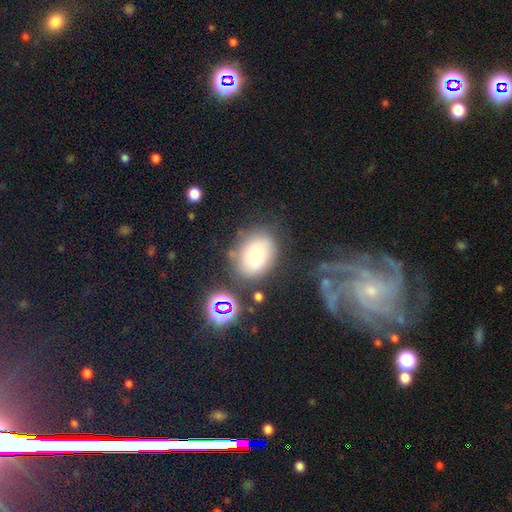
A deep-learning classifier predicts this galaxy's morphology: smooth 72%, featured or disk 16%, star or artifact 12%. Down the decision tree: how rounded — in between (65%); merging — none (69%).